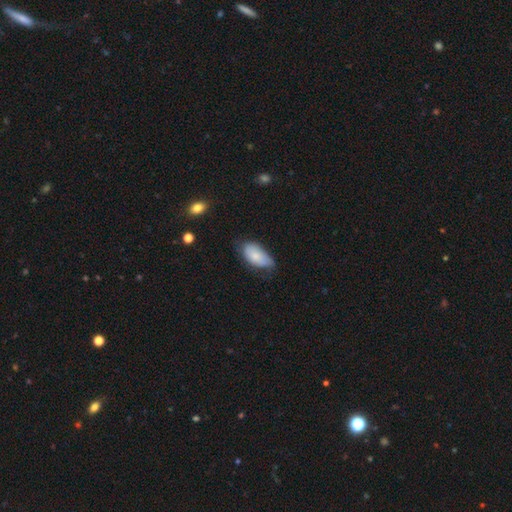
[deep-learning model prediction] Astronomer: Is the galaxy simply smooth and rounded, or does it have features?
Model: smooth — 78%.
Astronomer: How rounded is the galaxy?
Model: in between — 94%.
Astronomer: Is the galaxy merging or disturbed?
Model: none — 48% (runner-up: minor disturbance, 41%).